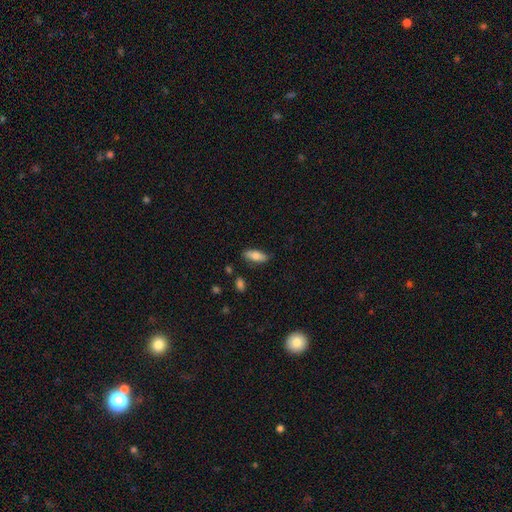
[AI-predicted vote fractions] A smooth galaxy with no disk features (75%) that is in between round and cigar-shaped (75%). Merging: none (82%).